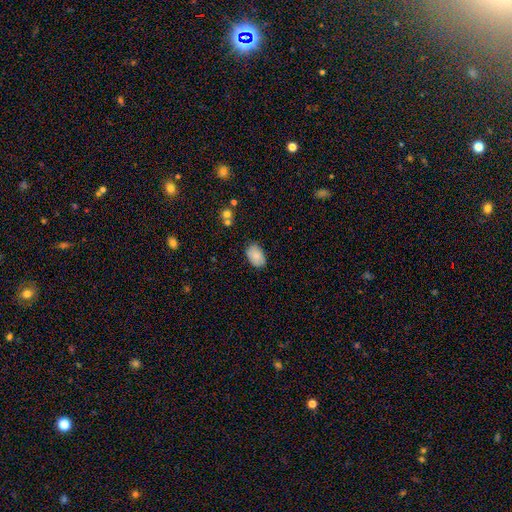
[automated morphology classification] Q: Smooth or featured?
A: smooth (85%); runner-up: featured or disk (8%)
Q: How rounded?
A: in between (89%); runner-up: round (10%)
Q: Merging?
A: none (81%); runner-up: minor disturbance (15%)